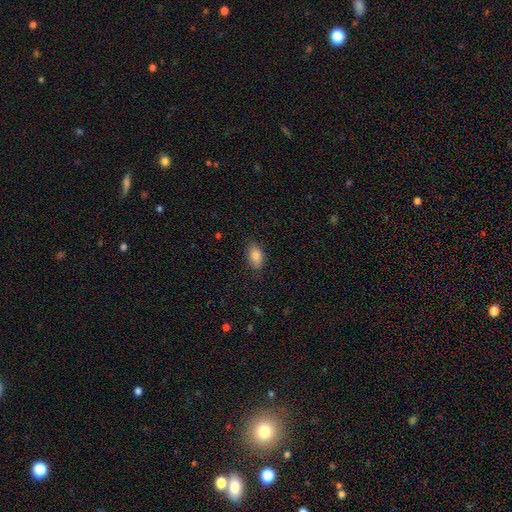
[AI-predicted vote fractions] Smooth or featured?
  - smooth: 84% *
  - star or artifact: 8%
  - featured or disk: 8%
How rounded?
  - in between: 91% *
  - round: 6%
  - cigar-shaped: 3%
Merging?
  - none: 83% *
  - minor disturbance: 13%
  - major disturbance: 3%
  - merger: 1%